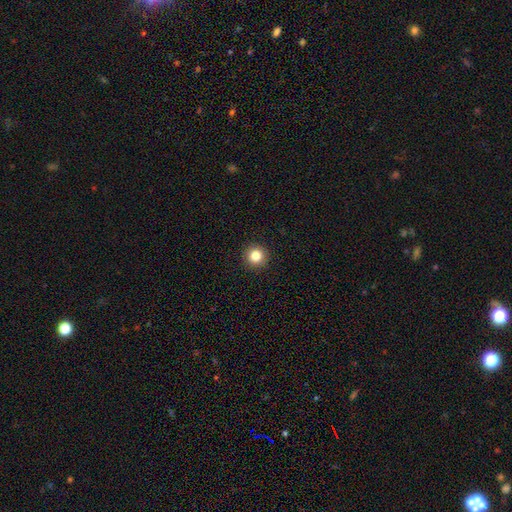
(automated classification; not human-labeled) Smooth or featured? smooth (83%)
How rounded? round (95%)
Merging? none (93%)